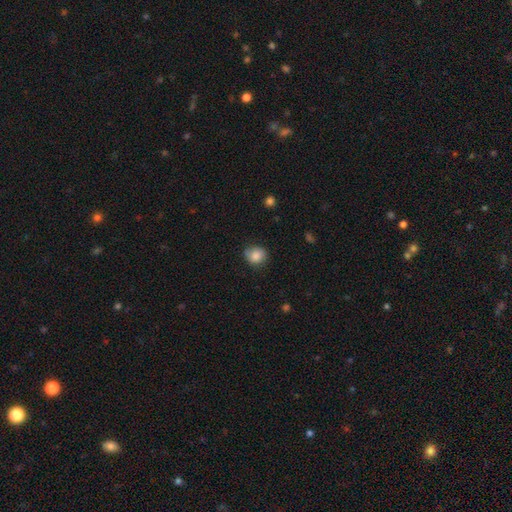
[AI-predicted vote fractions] smooth 84%, star or artifact 9%, featured or disk 7%. Down the decision tree: how rounded — round (77%); merging — none (67%).